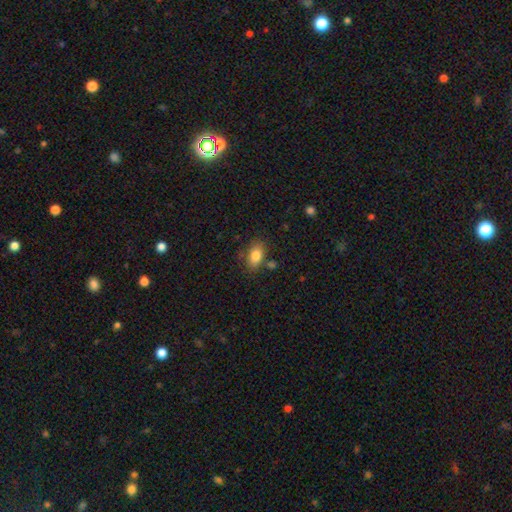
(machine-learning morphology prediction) type=smooth (84%); roundness=in between (87%); merging=none (75%).